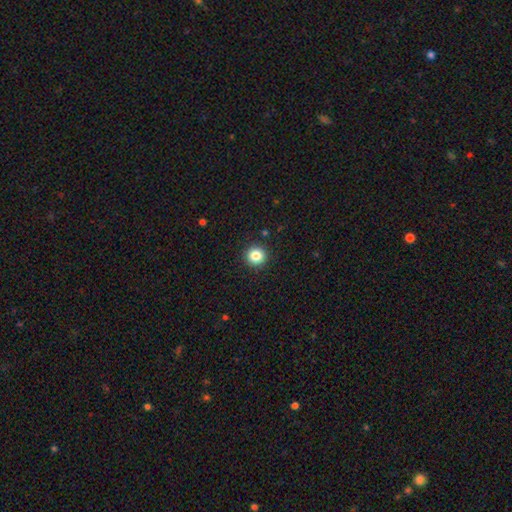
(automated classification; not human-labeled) smooth_or_featured: smooth (p=0.84) [alt: star or artifact p=0.11]
how_rounded: round (p=0.95) [alt: in between p=0.04]
merging: none (p=0.93) [alt: minor disturbance p=0.05]